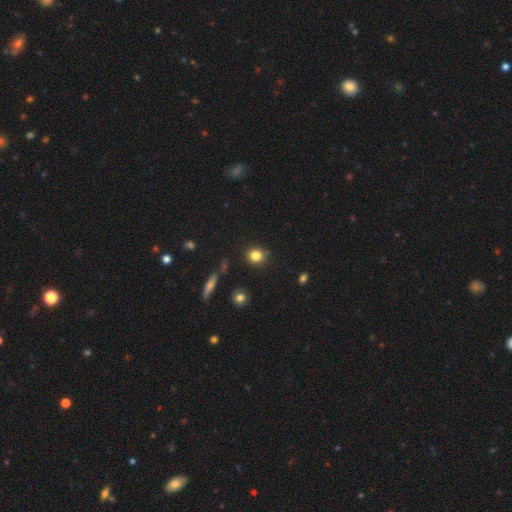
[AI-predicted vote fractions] A smooth galaxy with no disk features (83%) that is round (85%).

Vote fractions:
- Smooth or featured? smooth: 83% / star or artifact: 11% / featured or disk: 6%
- How rounded? round: 85% / in between: 14% / cigar-shaped: 1%
- Merging? none: 86% / minor disturbance: 9% / merger: 2% / major disturbance: 2%